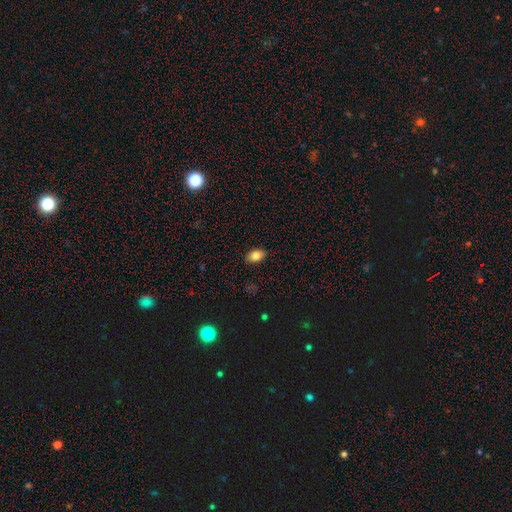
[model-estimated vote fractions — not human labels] Smooth or featured? Predicted: smooth (p=0.84). How rounded? Predicted: in between (p=0.89). Merging? Predicted: none (p=0.87).